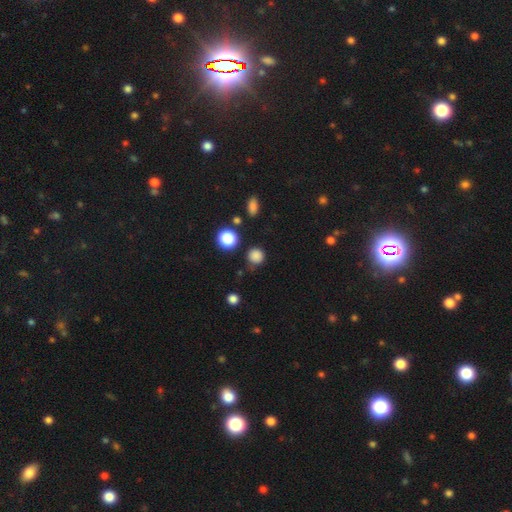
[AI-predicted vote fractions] This appears to be a smooth galaxy with no disk features (82%) that is round (91%). Merging: none (79%).